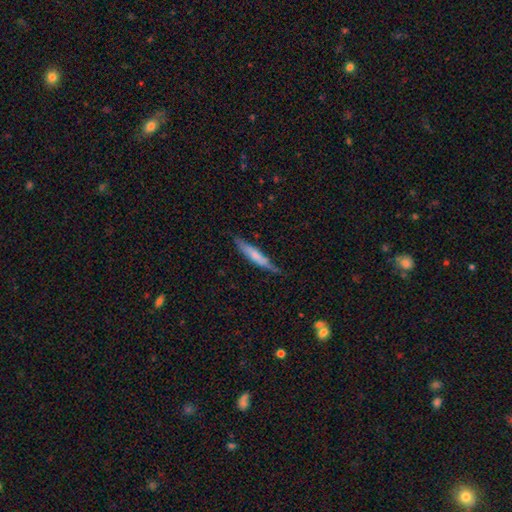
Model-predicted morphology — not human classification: Overall: smooth (56%; featured or disk 39%). How rounded: cigar-shaped (90%). Merging: none (77%).